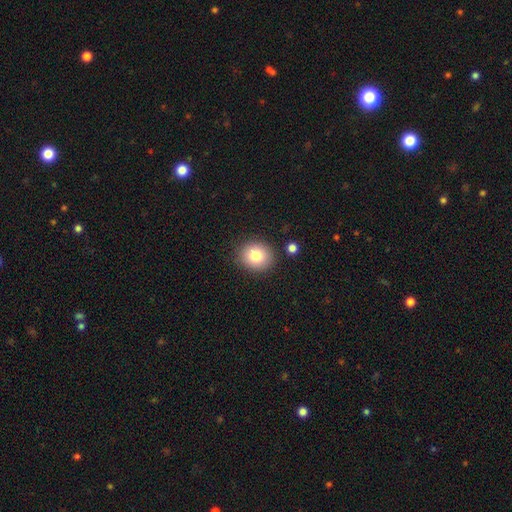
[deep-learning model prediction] Morphology: type=smooth (81%); roundness=round (75%); merging=none (86%).